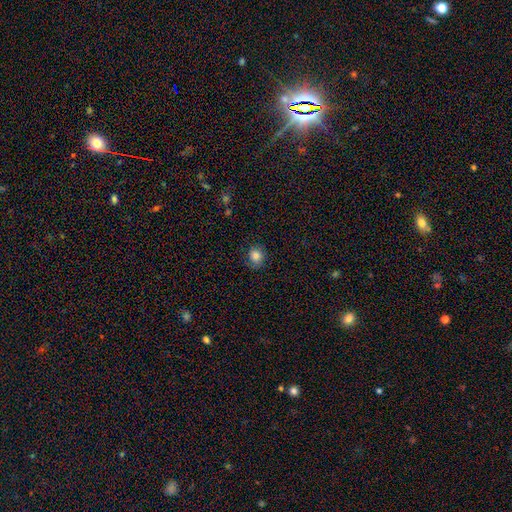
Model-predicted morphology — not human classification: Overall: smooth (80%). How rounded: round (80%). Merging: none (78%).